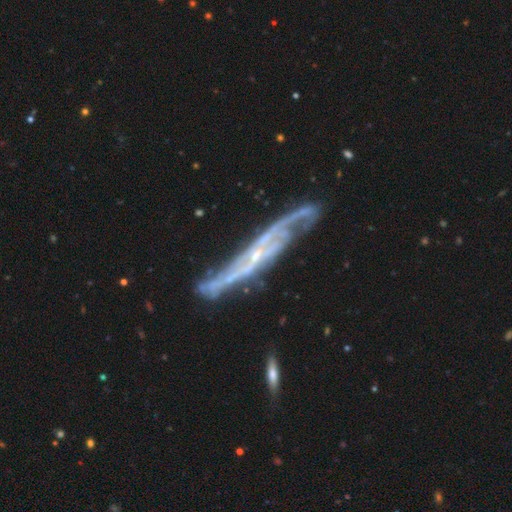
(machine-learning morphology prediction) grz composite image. It shows a featured or disk galaxy (86%). Merging: none (63%).